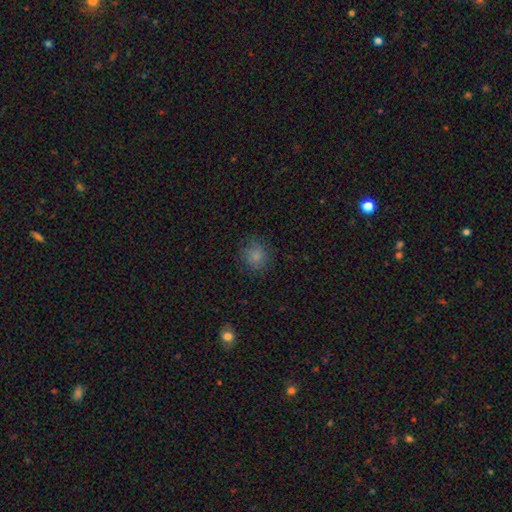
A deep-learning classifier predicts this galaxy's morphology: Smooth or featured: smooth — 83% (star or artifact — 11%)
How rounded: round — 85% (in between — 14%)
Merging: none — 81% (minor disturbance — 13%)